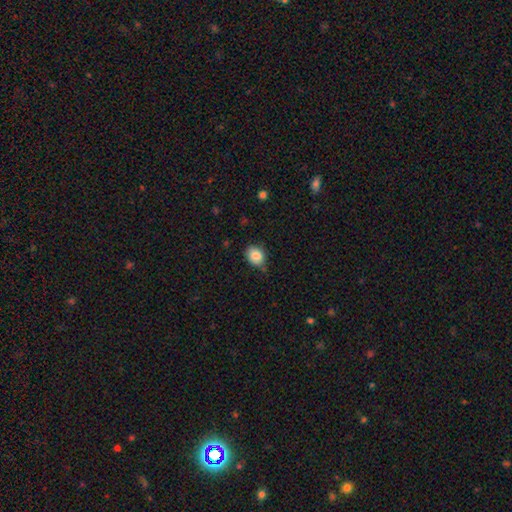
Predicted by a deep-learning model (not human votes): smooth-or-featured: smooth: 84% | star or artifact: 9% | featured or disk: 7%
  how-rounded: in between: 50% | round: 49% | cigar-shaped: 1%
  merging: none: 73% | minor disturbance: 21% | major disturbance: 3% | merger: 2%